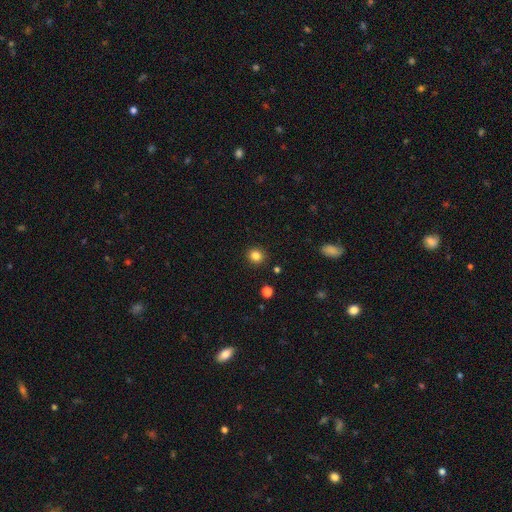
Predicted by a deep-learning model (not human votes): Overall: smooth (84%). How rounded: round (87%). Merging: none (91%).